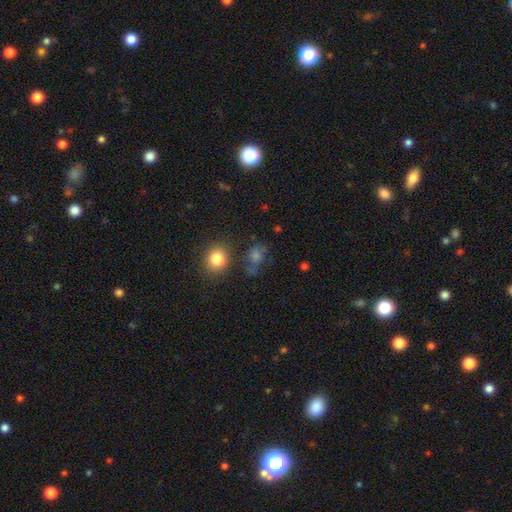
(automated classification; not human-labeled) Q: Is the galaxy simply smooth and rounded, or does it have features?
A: smooth — 56%.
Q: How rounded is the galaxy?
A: round — 66%.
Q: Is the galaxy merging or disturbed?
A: none — 65%.